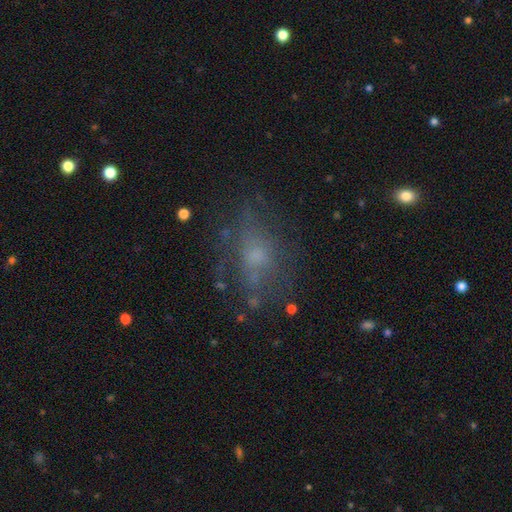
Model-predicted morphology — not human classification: Smooth or featured? featured or disk (42%)
Merging? none (61%)